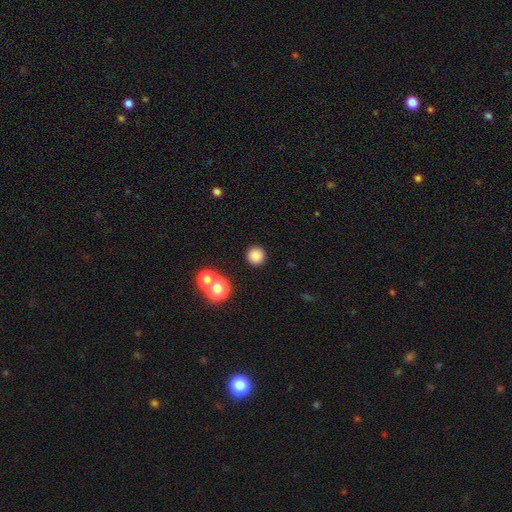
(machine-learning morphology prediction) This appears to be a smooth galaxy with no disk features (82%) that is round (94%). Merging: none (88%).